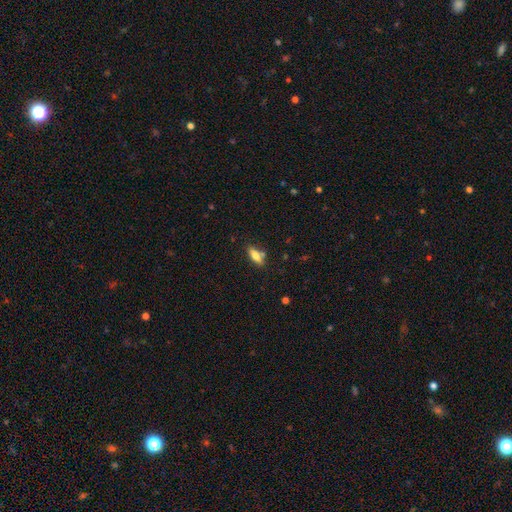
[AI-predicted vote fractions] smooth-or-featured: smooth: 69% | featured or disk: 23% | star or artifact: 7%
  how-rounded: in between: 65% | cigar-shaped: 32% | round: 3%
  merging: none: 75% | minor disturbance: 14% | merger: 8% | major disturbance: 3%